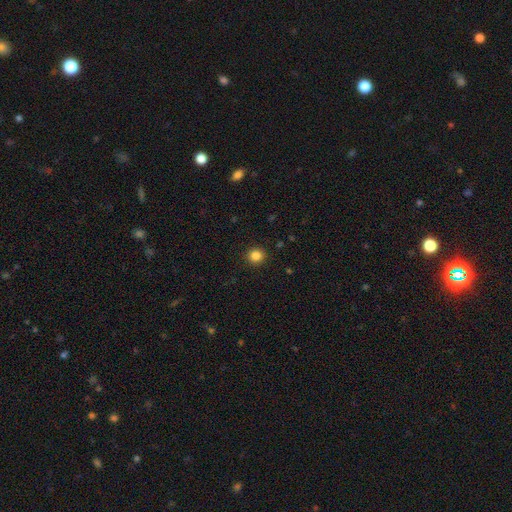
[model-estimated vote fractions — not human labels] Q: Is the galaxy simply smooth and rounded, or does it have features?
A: smooth — 84%.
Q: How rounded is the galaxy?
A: round — 91%.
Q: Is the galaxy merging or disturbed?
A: none — 92%.